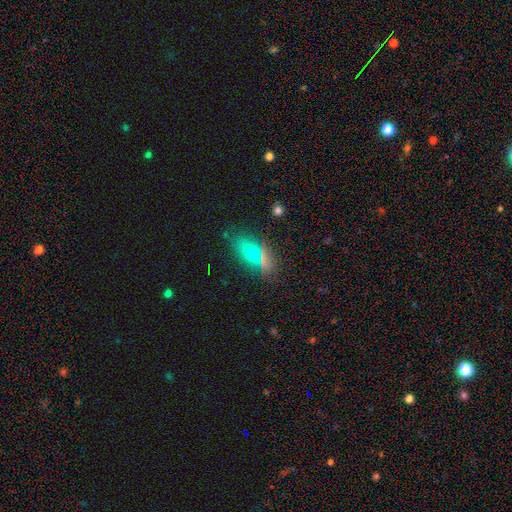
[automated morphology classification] smooth 71%, star or artifact 19%, featured or disk 11%. Down the decision tree: how rounded — in between (84%); merging — none (79%).